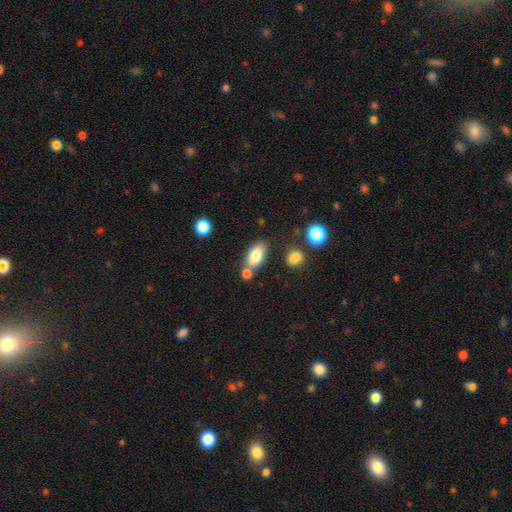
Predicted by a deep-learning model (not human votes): The model was most divided on "merging": none: 62%, merger: 21%, minor disturbance: 13%, major disturbance: 4%. More confident: how rounded — in between (89%); smooth or featured — smooth (81%).